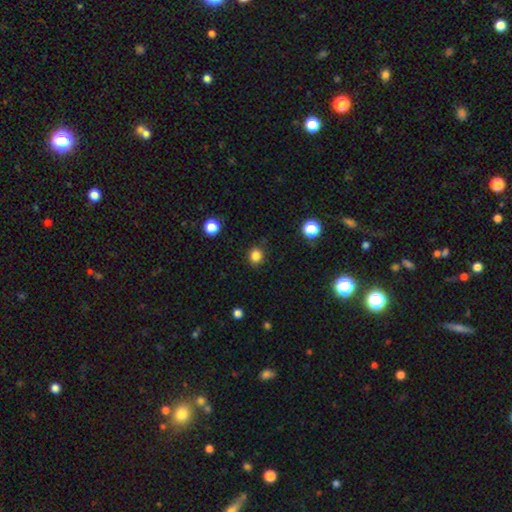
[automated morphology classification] smooth-or-featured: smooth: 84% | star or artifact: 12% | featured or disk: 4%
  how-rounded: round: 75% | in between: 24% | cigar-shaped: 1%
  merging: none: 87% | minor disturbance: 9% | major disturbance: 3% | merger: 1%